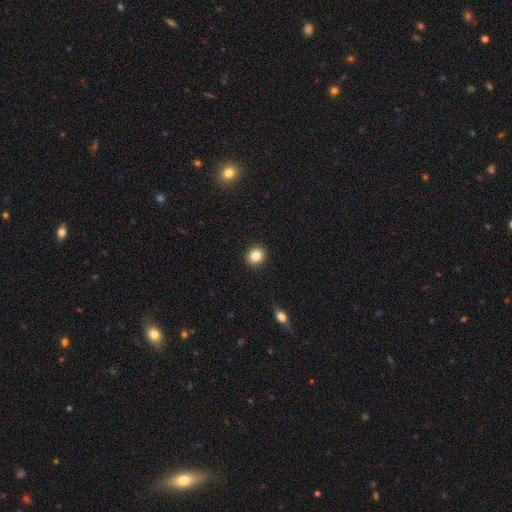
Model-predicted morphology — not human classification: Smooth or featured? smooth (85%)
How rounded? round (81%)
Merging? none (91%)